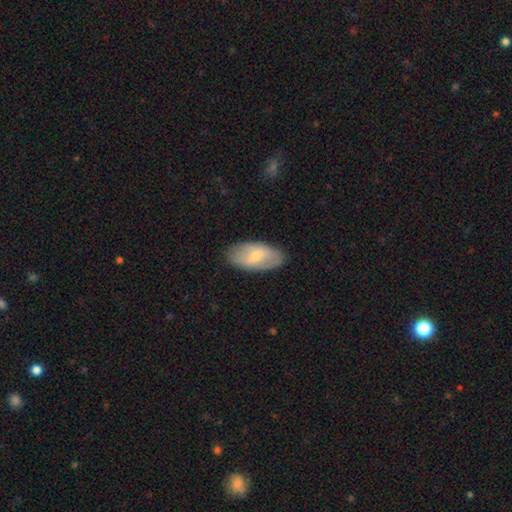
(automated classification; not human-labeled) Morphology: type=smooth (58%); roundness=in between (93%); merging=none (84%).